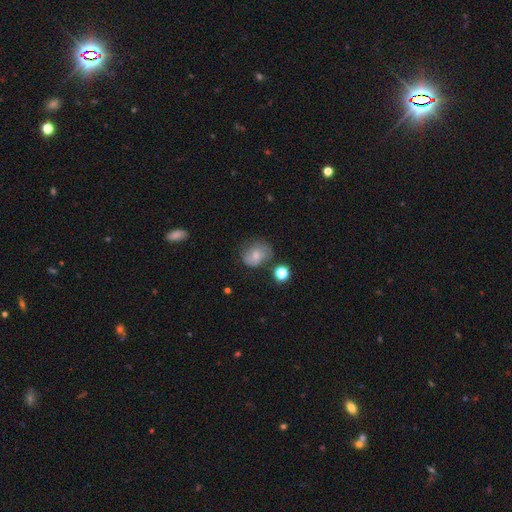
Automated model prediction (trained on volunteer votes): smooth-or-featured: smooth: 51% | featured or disk: 38% | star or artifact: 11%
  how-rounded: round: 56% | in between: 43% | cigar-shaped: 1%
  merging: none: 53% | minor disturbance: 27% | major disturbance: 14% | merger: 6%